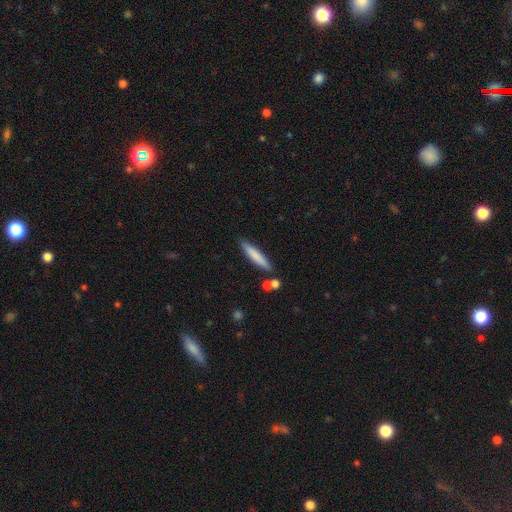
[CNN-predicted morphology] smooth-or-featured: smooth: 74% | featured or disk: 20% | star or artifact: 6%
  how-rounded: cigar-shaped: 91% | in between: 7% | round: 1%
  merging: none: 83% | minor disturbance: 10% | merger: 5% | major disturbance: 2%